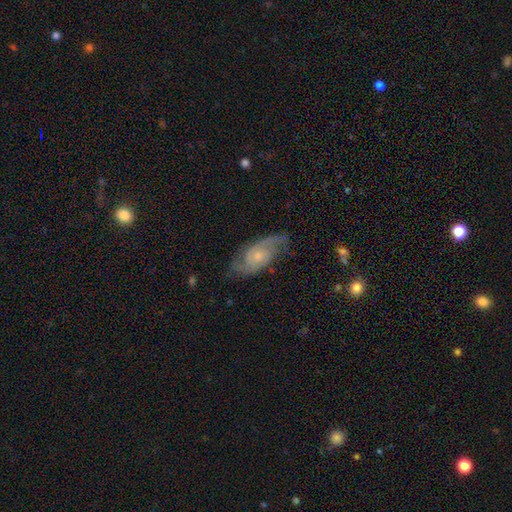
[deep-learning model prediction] Q: Smooth or featured?
A: featured or disk (79%); runner-up: smooth (14%)
Q: Edge-on disk?
A: no (94%); runner-up: yes (6%)
Q: Bar?
A: no (71%); runner-up: weak (25%)
Q: Spiral arms?
A: yes (94%); runner-up: no (6%)
Q: Spiral winding?
A: medium (46%); runner-up: tight (33%)
Q: Spiral arm count?
A: 2 (77%); runner-up: can't tell (11%)
Q: Bulge size?
A: small (66%); runner-up: moderate (26%)
Q: Merging?
A: none (74%); runner-up: minor disturbance (18%)